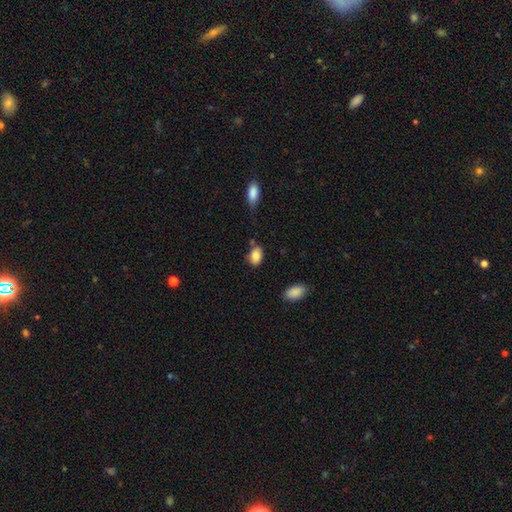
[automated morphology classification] Smooth or featured?
  - smooth: 86% *
  - star or artifact: 8%
  - featured or disk: 6%
How rounded?
  - in between: 84% *
  - round: 15%
  - cigar-shaped: 2%
Merging?
  - none: 69% *
  - minor disturbance: 20%
  - merger: 7%
  - major disturbance: 4%